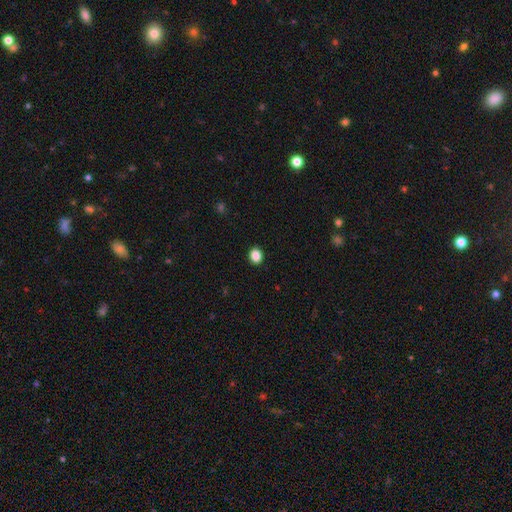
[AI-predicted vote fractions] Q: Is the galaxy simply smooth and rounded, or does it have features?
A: smooth — 87%.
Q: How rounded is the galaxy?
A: round — 58%.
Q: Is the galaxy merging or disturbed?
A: none — 92%.